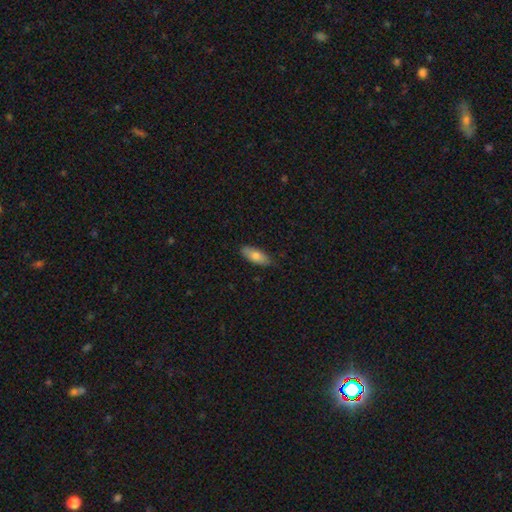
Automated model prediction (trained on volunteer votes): The model was most divided on "smooth or featured": smooth: 77%, featured or disk: 17%, star or artifact: 6%. More confident: merging — none (83%); how rounded — in between (80%).